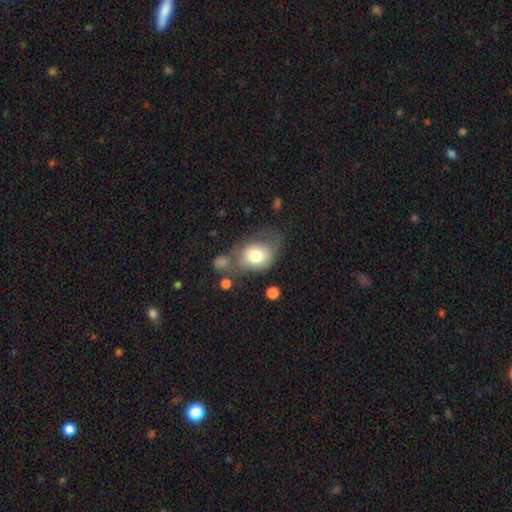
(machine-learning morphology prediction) Q: Smooth or featured?
A: smooth (74%); runner-up: featured or disk (18%)
Q: How rounded?
A: in between (56%); runner-up: round (43%)
Q: Merging?
A: none (38%); runner-up: minor disturbance (26%)